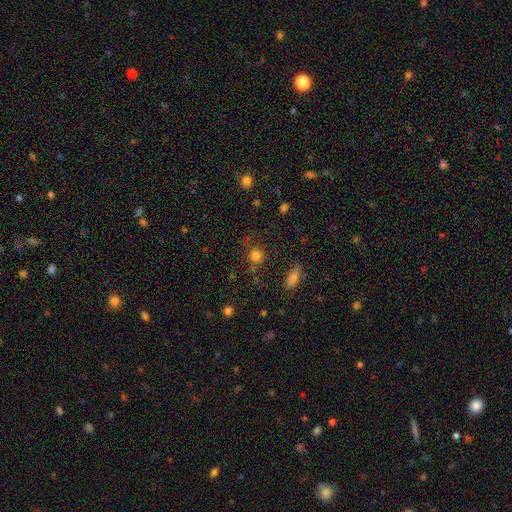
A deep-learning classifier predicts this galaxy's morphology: The model was most divided on "smooth or featured": smooth: 78%, star or artifact: 16%, featured or disk: 6%. More confident: how rounded — round (90%); merging — none (77%).